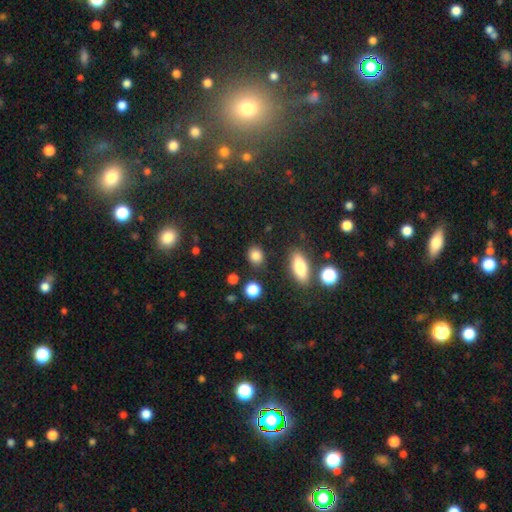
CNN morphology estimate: The model was most divided on "how rounded": round: 59%, in between: 38%, cigar-shaped: 2%. More confident: smooth or featured — smooth (84%); merging — none (82%).